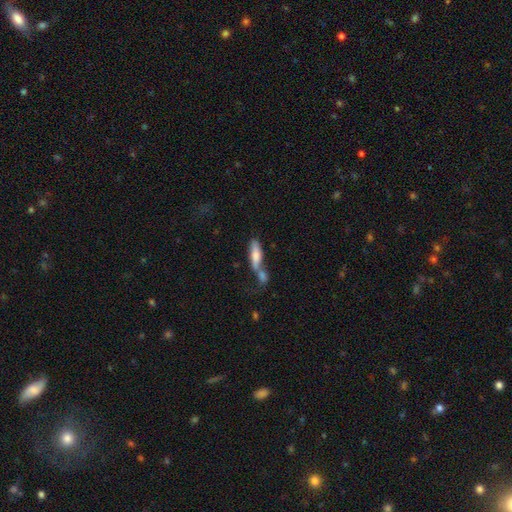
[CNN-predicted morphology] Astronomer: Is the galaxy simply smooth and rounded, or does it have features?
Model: smooth — 68%.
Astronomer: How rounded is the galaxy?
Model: cigar-shaped — 53% (runner-up: in between, 44%).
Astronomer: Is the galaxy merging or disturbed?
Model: merger — 51% (runner-up: none, 30%).